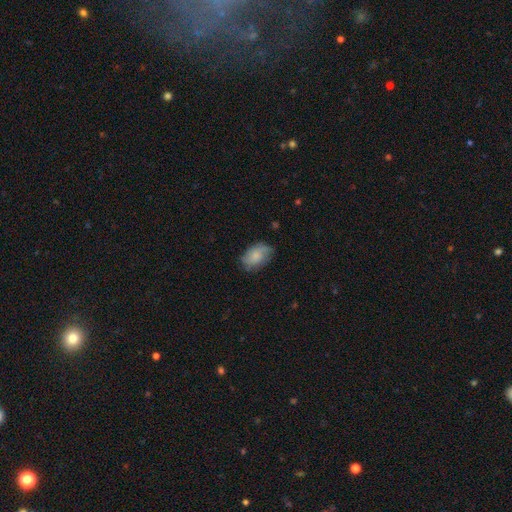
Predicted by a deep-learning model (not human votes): Smooth or featured?
  - smooth: 74% *
  - featured or disk: 19%
  - star or artifact: 7%
How rounded?
  - in between: 88% *
  - round: 10%
  - cigar-shaped: 1%
Merging?
  - none: 66% *
  - minor disturbance: 26%
  - major disturbance: 7%
  - merger: 1%